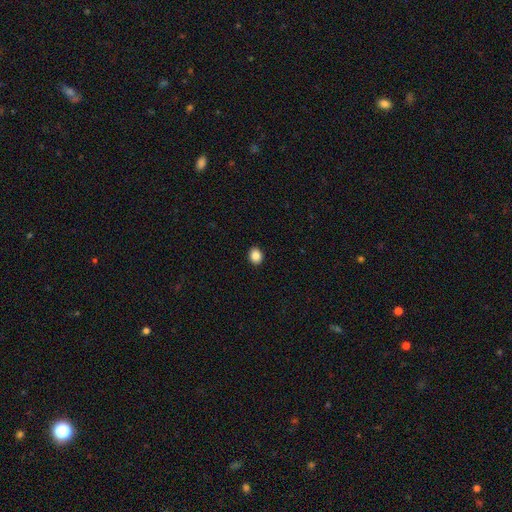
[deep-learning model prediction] A smooth galaxy with no disk features (86%) that is round (65%). Merging: none (92%).